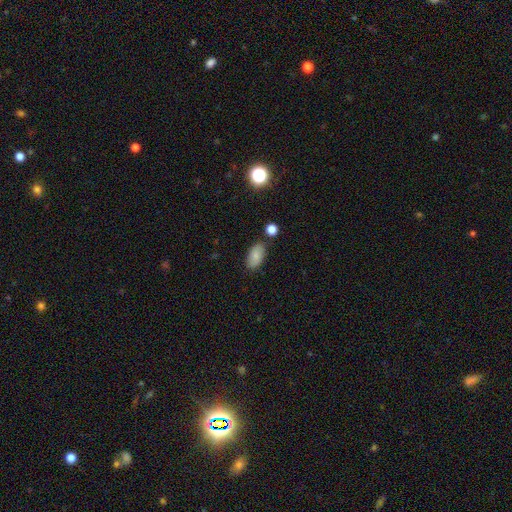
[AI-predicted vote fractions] smooth 80%, featured or disk 12%, star or artifact 9%. Down the decision tree: how rounded — in between (92%); merging — none (78%).